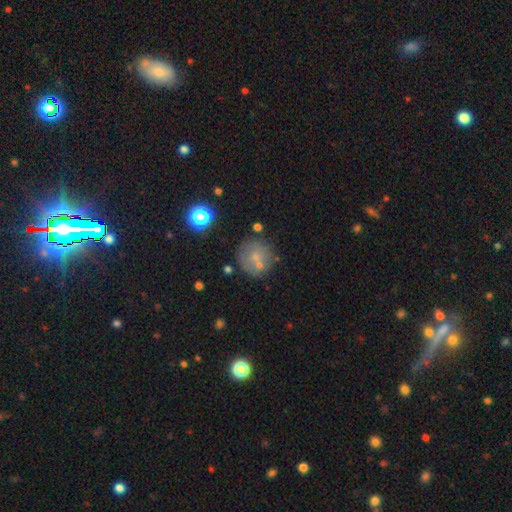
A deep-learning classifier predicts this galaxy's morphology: Smooth or featured? Predicted: smooth (p=0.61). How rounded? Predicted: round (p=0.91). Merging? Predicted: none (p=0.72).